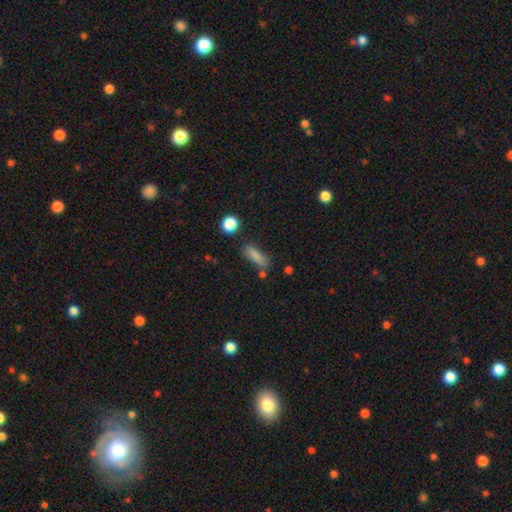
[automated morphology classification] Q: Smooth or featured?
A: smooth (81%); runner-up: star or artifact (11%)
Q: How rounded?
A: cigar-shaped (54%); runner-up: in between (42%)
Q: Merging?
A: none (65%); runner-up: minor disturbance (20%)